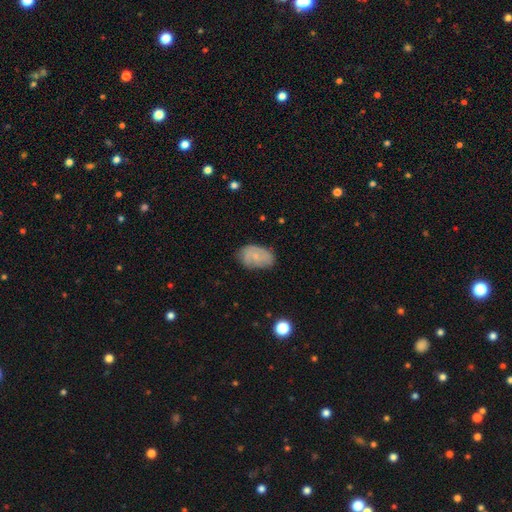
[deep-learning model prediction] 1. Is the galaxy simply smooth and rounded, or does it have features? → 51% smooth, 40% featured or disk, 8% star or artifact.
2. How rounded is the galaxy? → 88% in between, 11% round, 2% cigar-shaped.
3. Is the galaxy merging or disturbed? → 71% none, 22% minor disturbance, 6% major disturbance, 1% merger.